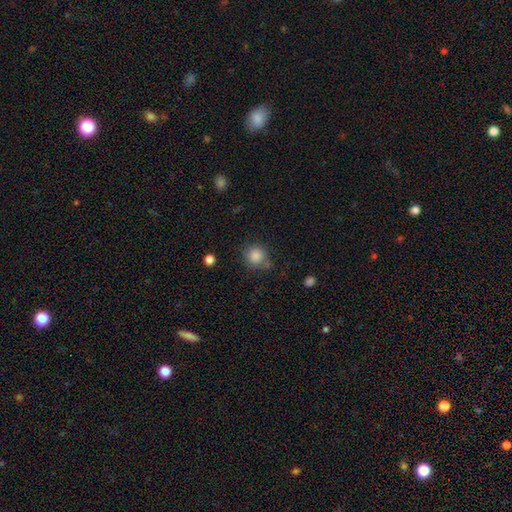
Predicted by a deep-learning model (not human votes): smooth 85%, star or artifact 10%, featured or disk 5%. Down the decision tree: how rounded — round (86%); merging — none (68%).